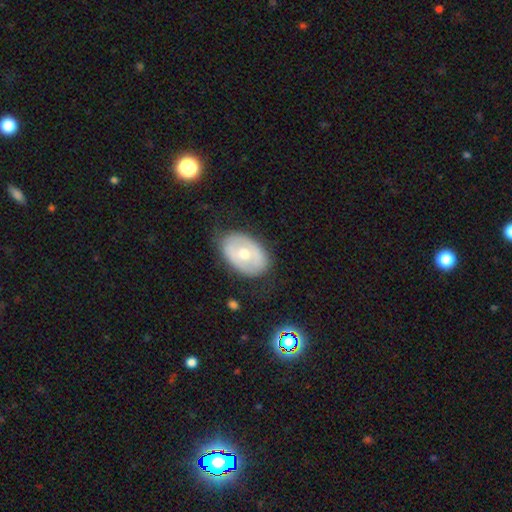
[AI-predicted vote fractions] Smooth or featured?
  - smooth: 47% * (tied)
  - featured or disk: 47% * (tied)
  - star or artifact: 6%
Merging?
  - none: 74% *
  - minor disturbance: 18%
  - major disturbance: 6%
  - merger: 2%